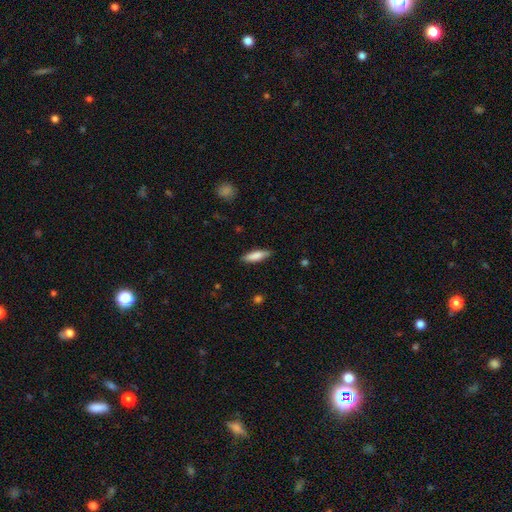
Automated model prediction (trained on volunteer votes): A smooth galaxy with no disk features (80%) that is cigar-shaped (57%). Merging: none (86%).